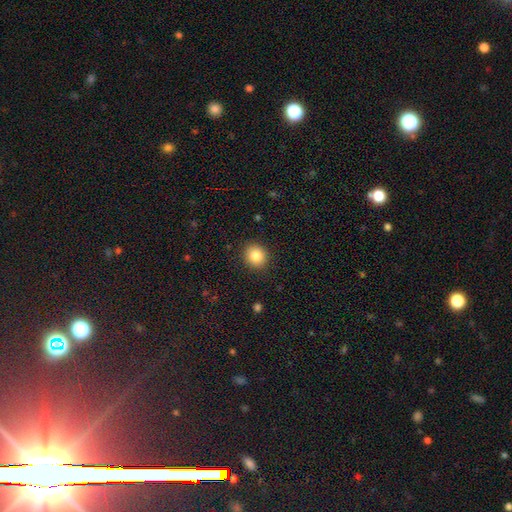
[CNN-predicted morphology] Smooth or featured? Predicted: smooth (p=0.84). How rounded? Predicted: round (p=0.85). Merging? Predicted: none (p=0.90).